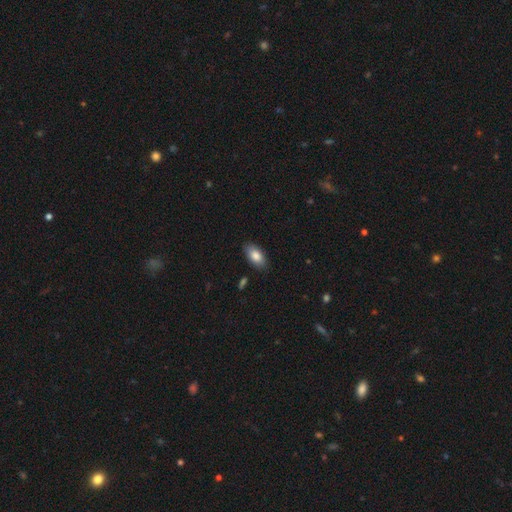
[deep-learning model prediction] smooth_or_featured: smooth (p=0.84) [alt: featured or disk p=0.09]
how_rounded: in between (p=0.93) [alt: cigar-shaped p=0.04]
merging: none (p=0.85) [alt: minor disturbance p=0.11]